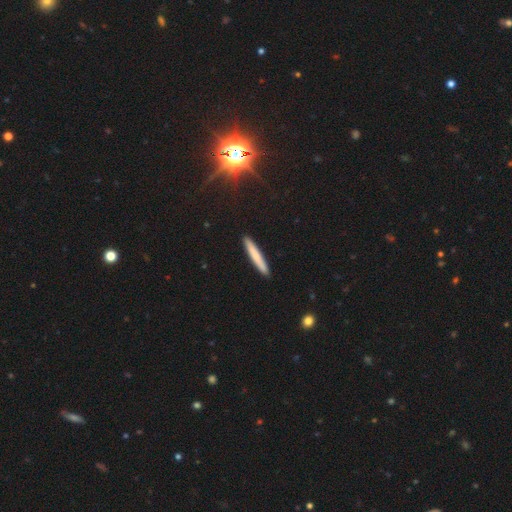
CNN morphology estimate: Overall: smooth (72%). How rounded: cigar-shaped (95%). Merging: none (92%).